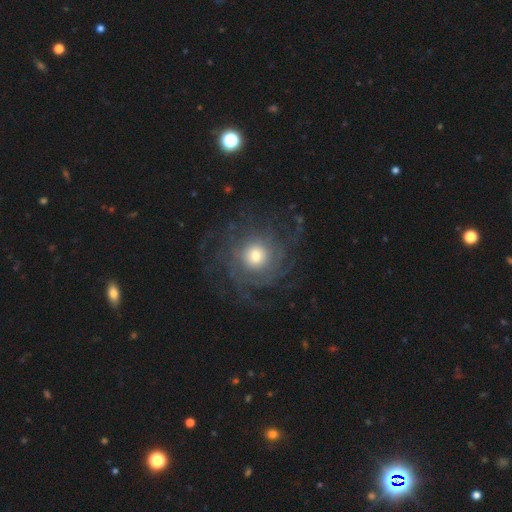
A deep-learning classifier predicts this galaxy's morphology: Smooth or featured? featured or disk (71%)
Edge-on disk? no (97%)
Bar? no (82%)
Spiral arms? yes (84%)
Spiral winding? tight (51%)
Spiral arm count? can't tell (43%)
Bulge size? moderate (54%)
Merging? none (71%)